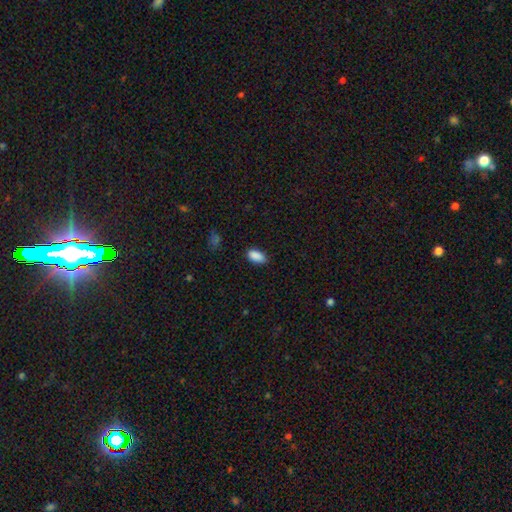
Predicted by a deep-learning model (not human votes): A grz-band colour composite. It shows a smooth galaxy with no disk features (89%) that is in between round and cigar-shaped (93%). Merging: none (84%).